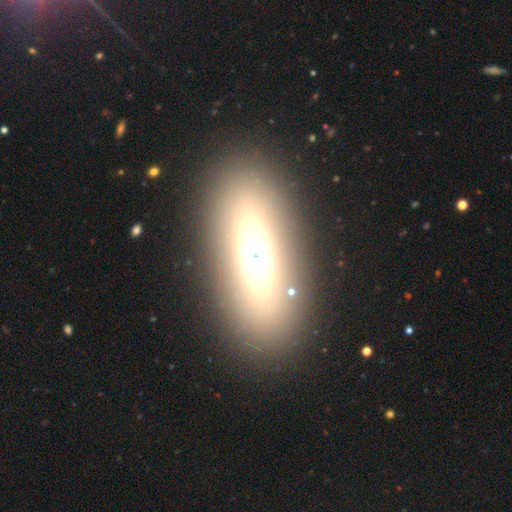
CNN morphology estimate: smooth 53%, featured or disk 32%, star or artifact 15%. Down the decision tree: how rounded — in between (69%); merging — none (84%).